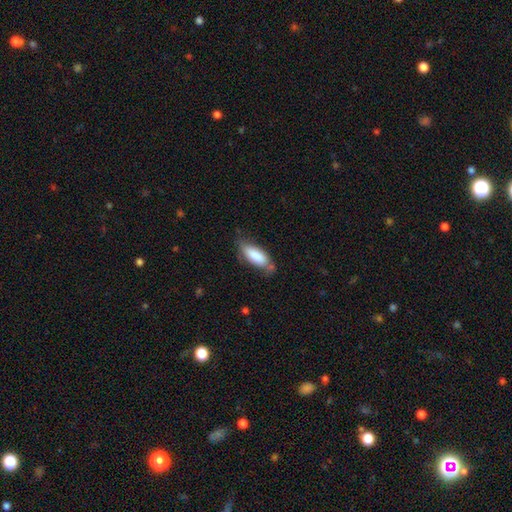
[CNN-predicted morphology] Smooth or featured: smooth — 83% (featured or disk — 11%)
How rounded: in between — 71% (cigar-shaped — 28%)
Merging: none — 60% (minor disturbance — 29%)